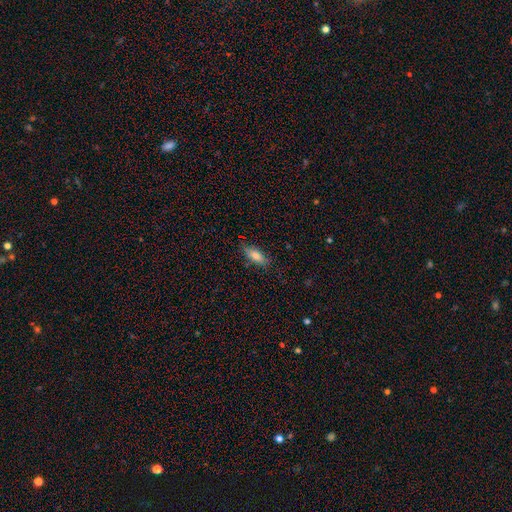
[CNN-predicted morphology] This is likely a smooth galaxy (76%). How rounded: likely in between (72%). Merging: likely none (79%).